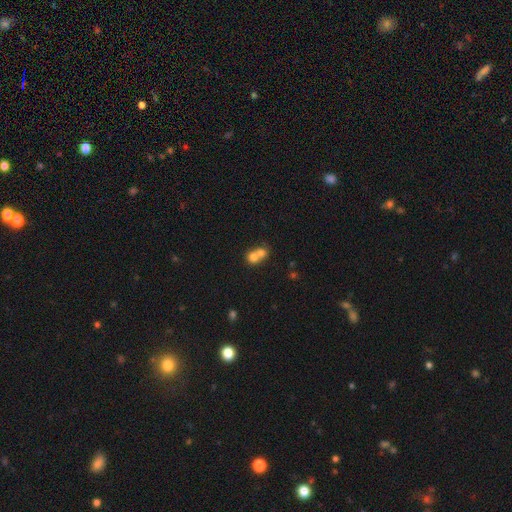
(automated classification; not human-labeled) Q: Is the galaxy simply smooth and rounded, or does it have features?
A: smooth — 71%.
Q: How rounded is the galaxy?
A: round — 69%.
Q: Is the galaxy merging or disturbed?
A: merger — 71%.